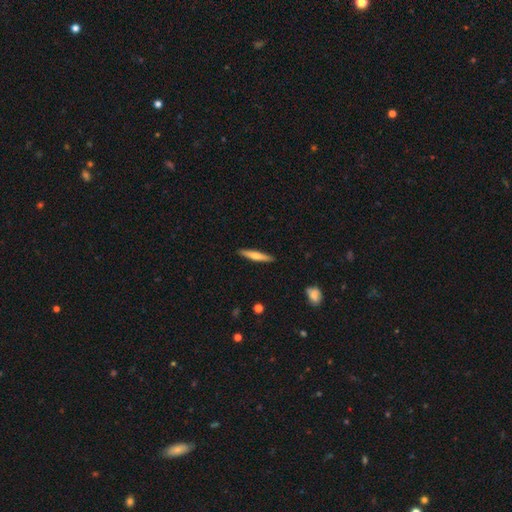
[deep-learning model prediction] A smooth galaxy with no disk features (59%) that is cigar-shaped (91%). Merging: none (90%).